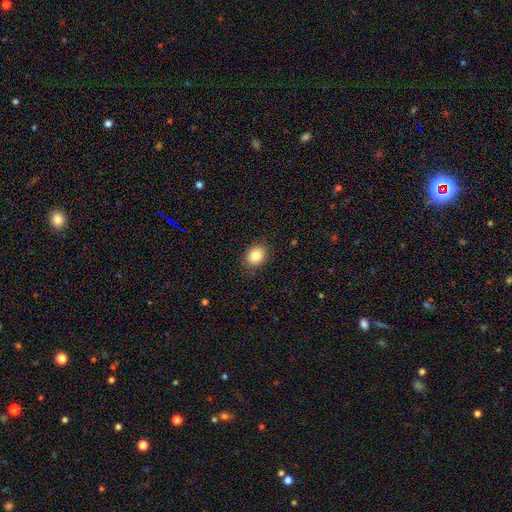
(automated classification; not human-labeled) This appears to be a smooth galaxy with no disk features (84%) that is in between round and cigar-shaped (54%). Merging: none (87%).